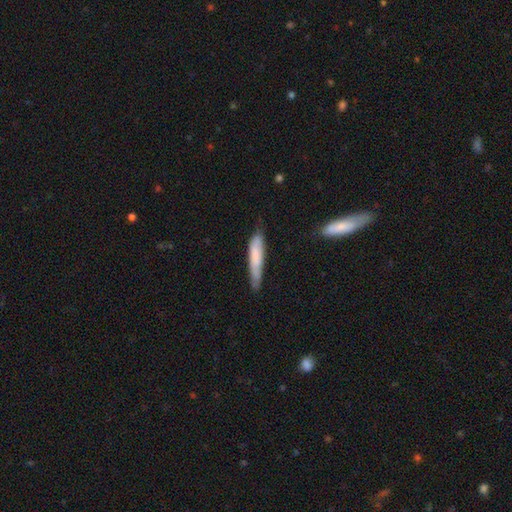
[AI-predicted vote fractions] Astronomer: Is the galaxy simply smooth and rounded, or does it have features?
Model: smooth — 73%.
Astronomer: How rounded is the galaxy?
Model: cigar-shaped — 87%.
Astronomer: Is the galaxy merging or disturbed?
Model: none — 60%.